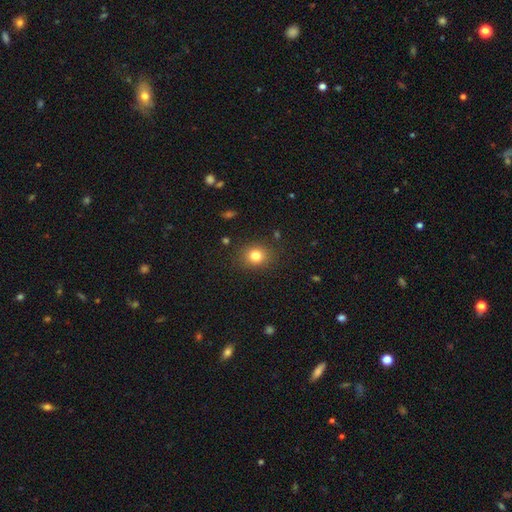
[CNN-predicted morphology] Q: Smooth or featured?
A: smooth (80%); runner-up: star or artifact (13%)
Q: How rounded?
A: round (68%); runner-up: in between (31%)
Q: Merging?
A: none (87%); runner-up: minor disturbance (9%)